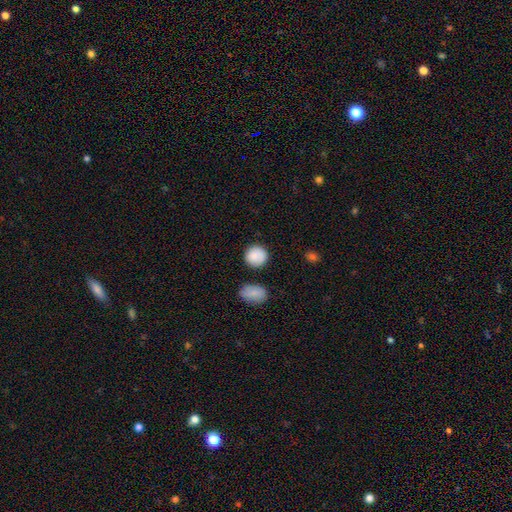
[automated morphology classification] smooth 86%, star or artifact 7%, featured or disk 7%. Down the decision tree: how rounded — round (89%); merging — none (81%).